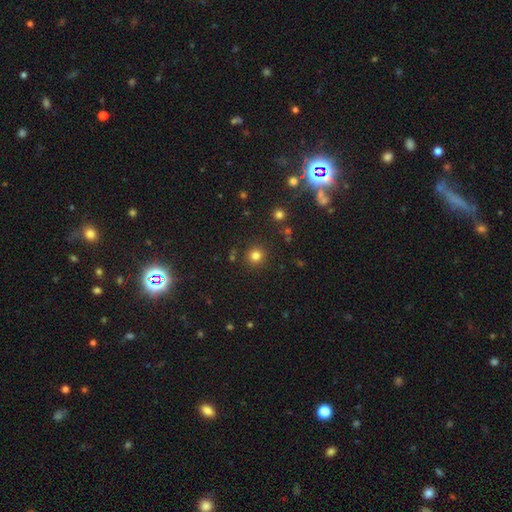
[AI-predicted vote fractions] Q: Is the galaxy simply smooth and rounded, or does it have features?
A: smooth — 80%.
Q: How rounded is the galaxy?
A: round — 92%.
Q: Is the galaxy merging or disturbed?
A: none — 89%.